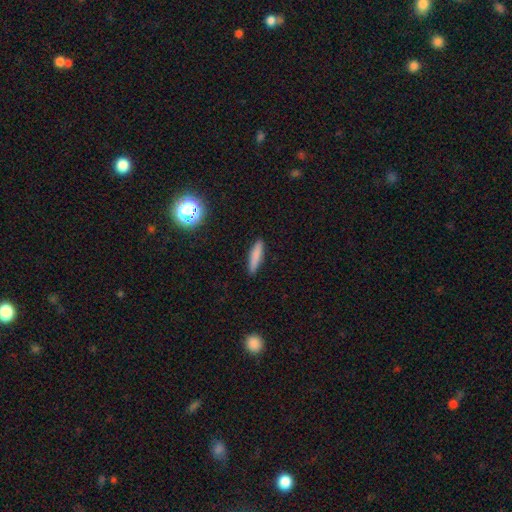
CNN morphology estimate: This appears to be a smooth galaxy with no disk features (80%) that is cigar-shaped (82%). Merging: none (88%).